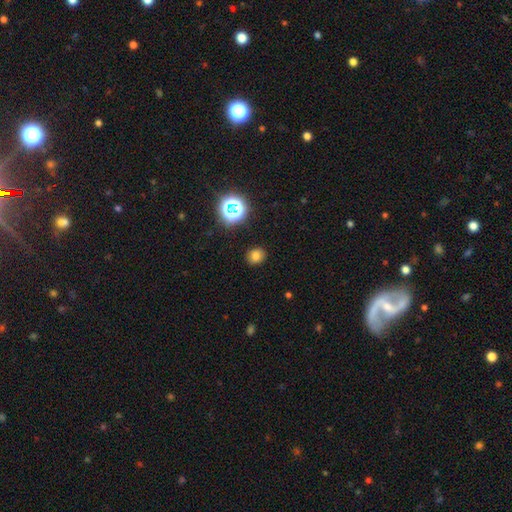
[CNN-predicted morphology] Overall: smooth (74%). How rounded: round (69%; in between 30%). Merging: none (88%).